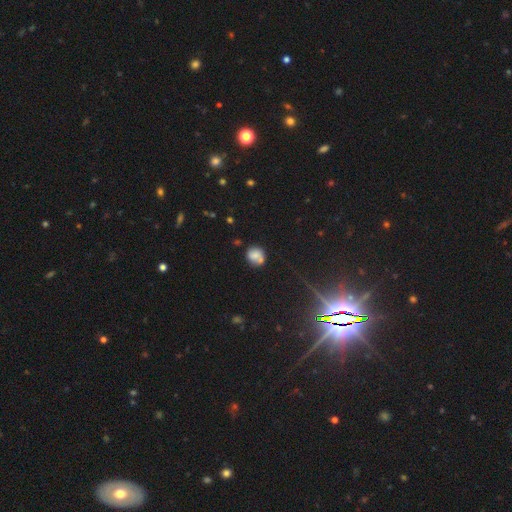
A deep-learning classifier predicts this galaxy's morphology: Overall: smooth (71%). How rounded: round (78%). Merging: none (53%; merger 21%).